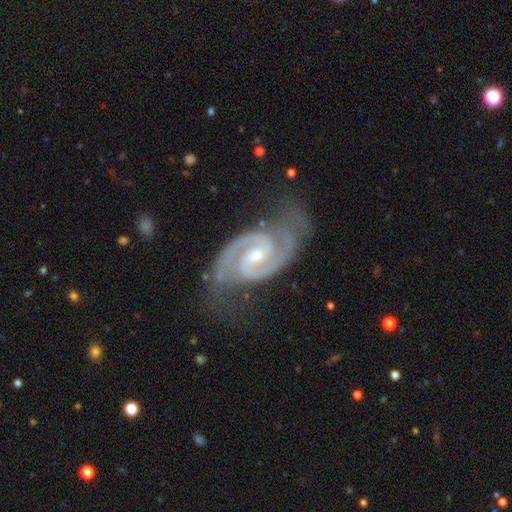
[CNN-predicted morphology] Overall: featured or disk (94%). Edge-on disk: no (98%). Bar: weak (47%; no 33%). Spiral arms: yes (99%). Spiral arm count: 2 (94%). Spiral winding: medium (53%; tight 40%). Bulge size: small (55%; moderate 40%). Merging: none (71%).